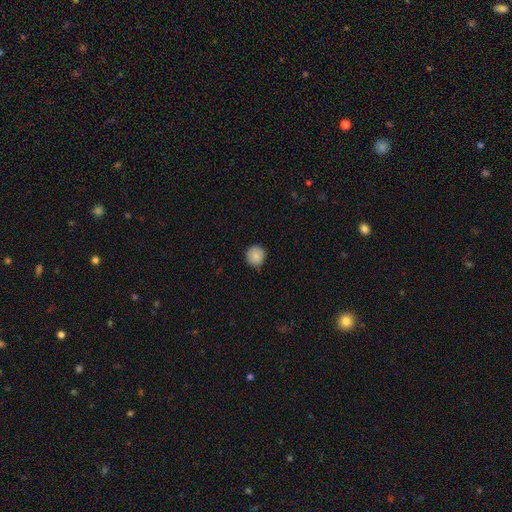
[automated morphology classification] The model was most divided on "merging": none: 88%, minor disturbance: 9%, major disturbance: 2%, merger: 1%. More confident: how rounded — round (94%); smooth or featured — smooth (87%).